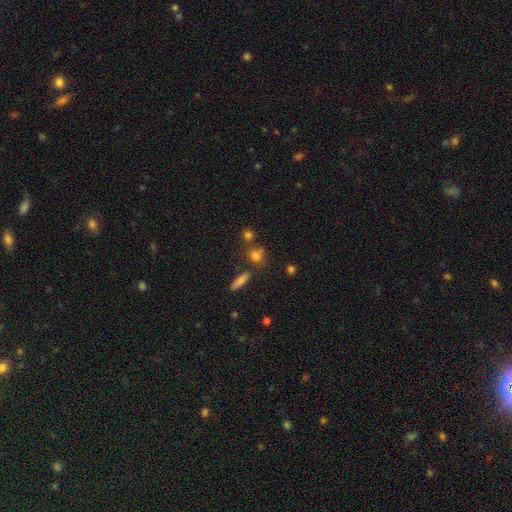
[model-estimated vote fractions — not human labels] A smooth galaxy with no disk features (77%) that is round (67%). Merging: none (62%).